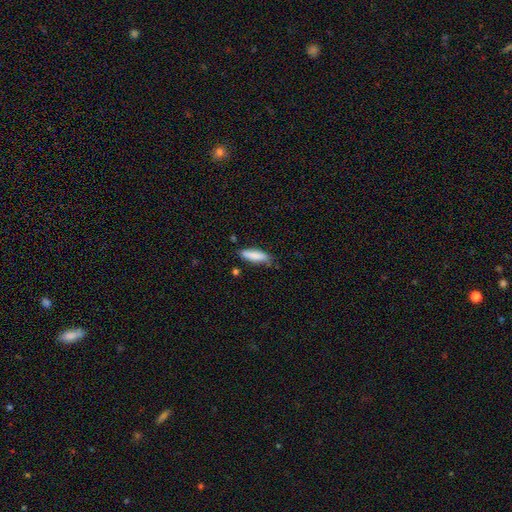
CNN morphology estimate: A smooth galaxy with no disk features (85%) that is cigar-shaped (58%).

Vote fractions:
- Smooth or featured? smooth: 85% / featured or disk: 9% / star or artifact: 6%
- How rounded? cigar-shaped: 58% / in between: 40% / round: 2%
- Merging? none: 71% / minor disturbance: 22% / major disturbance: 4% / merger: 3%